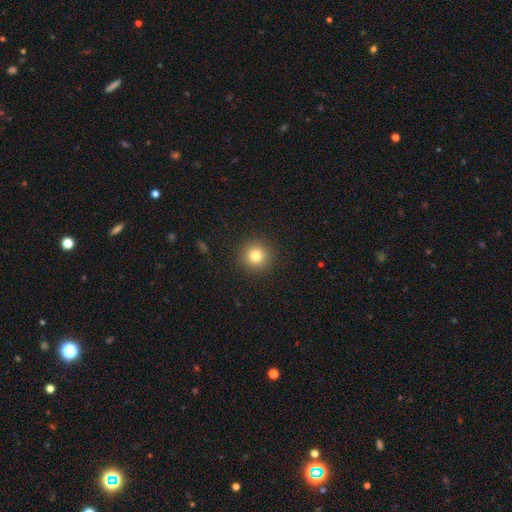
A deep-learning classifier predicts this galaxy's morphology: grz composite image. It shows a smooth galaxy with no disk features (80%) that is round (95%). Merging: none (92%).